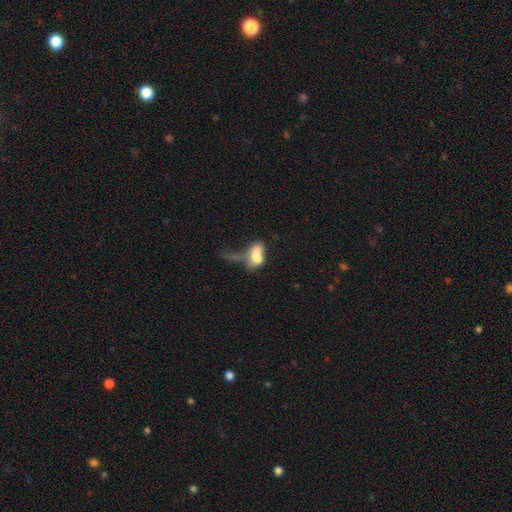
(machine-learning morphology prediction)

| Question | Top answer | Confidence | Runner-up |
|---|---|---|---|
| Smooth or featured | smooth | 63% | featured or disk (26%) |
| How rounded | in between | 87% | round (9%) |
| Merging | major disturbance | 41% | merger (30%) |